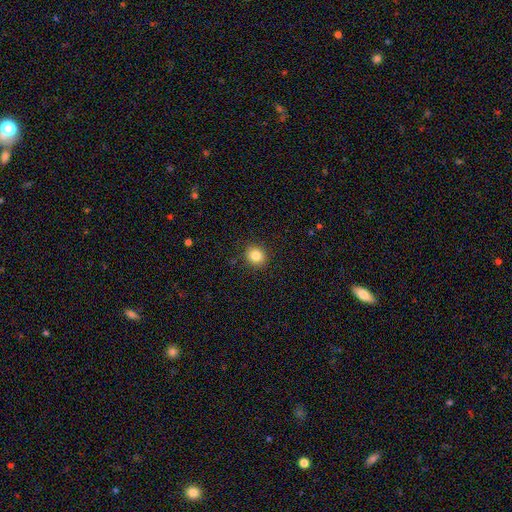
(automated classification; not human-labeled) Morphology: type=smooth (84%); roundness=round (82%); merging=none (90%).